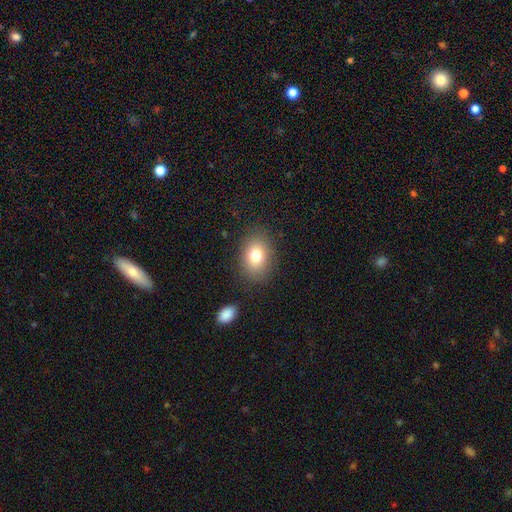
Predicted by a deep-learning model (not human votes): Smooth or featured? Predicted: smooth (p=0.78). How rounded? Predicted: in between (p=0.70). Merging? Predicted: none (p=0.83).